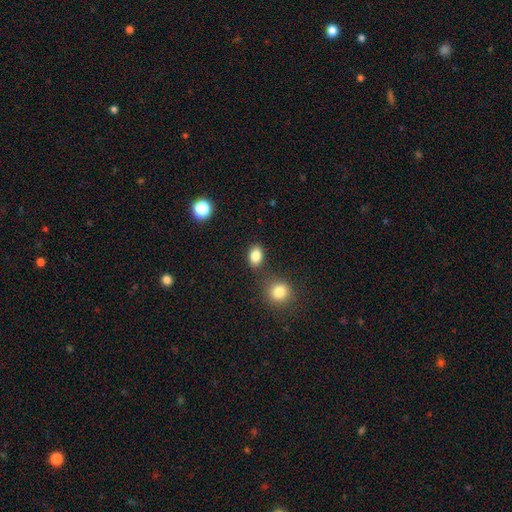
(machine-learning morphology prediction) The model was most divided on "how rounded": in between: 74%, round: 25%, cigar-shaped: 1%. More confident: smooth or featured — smooth (84%); merging — none (76%).